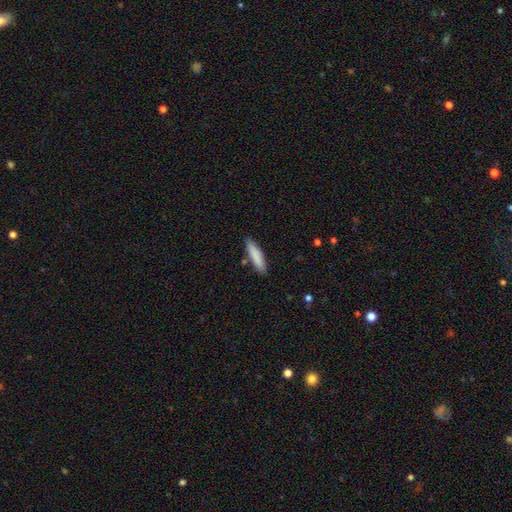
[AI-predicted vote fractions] Morphology: type=smooth (85%); roundness=cigar-shaped (75%); merging=none (84%).